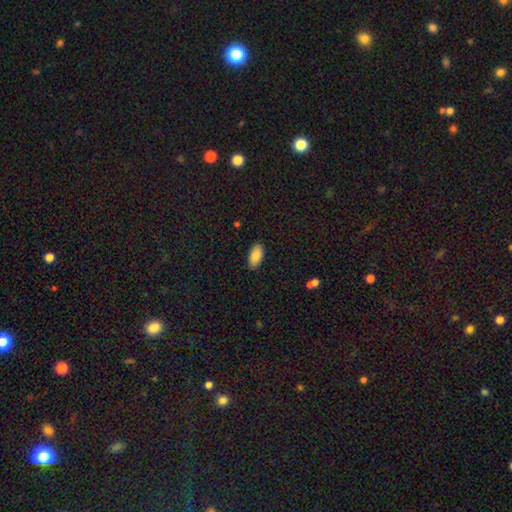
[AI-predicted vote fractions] This is clearly a smooth galaxy (85%). How rounded: clearly in between (94%). Merging: clearly none (88%).